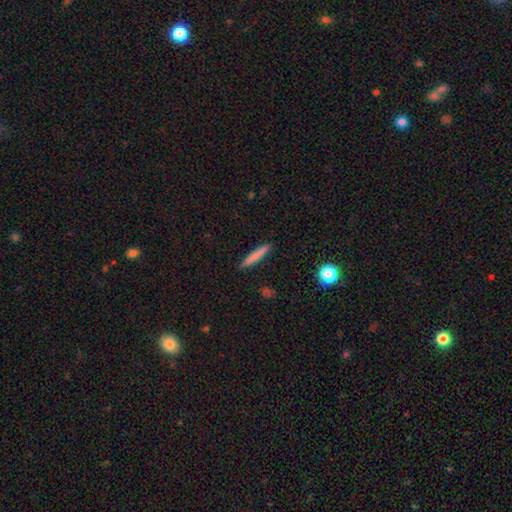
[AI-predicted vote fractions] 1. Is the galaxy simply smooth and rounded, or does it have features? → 74% smooth, 19% featured or disk, 7% star or artifact.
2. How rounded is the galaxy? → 94% cigar-shaped, 4% in between, 2% round.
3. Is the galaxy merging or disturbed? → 90% none, 7% minor disturbance, 2% major disturbance, 1% merger.